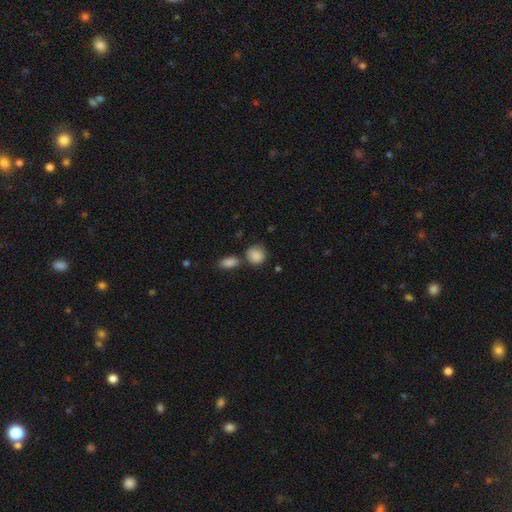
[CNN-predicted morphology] smooth-or-featured: smooth: 87% | star or artifact: 7% | featured or disk: 5%
  how-rounded: round: 78% | in between: 21% | cigar-shaped: 1%
  merging: none: 63% | minor disturbance: 16% | merger: 16% | major disturbance: 5%